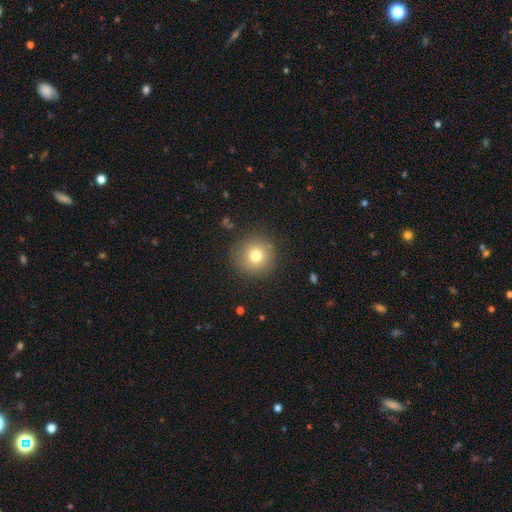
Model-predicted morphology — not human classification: smooth-or-featured: smooth: 77% | star or artifact: 12% | featured or disk: 11%
  how-rounded: round: 94% | in between: 5% | cigar-shaped: 1%
  merging: none: 88% | minor disturbance: 8% | major disturbance: 3% | merger: 1%